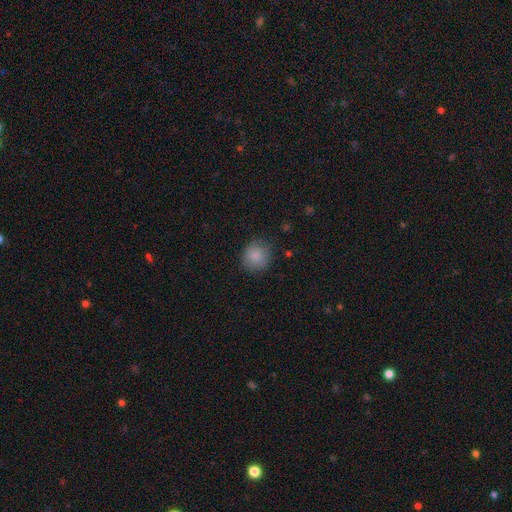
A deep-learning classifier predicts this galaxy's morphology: smooth-or-featured: smooth: 86% | star or artifact: 9% | featured or disk: 6%
  how-rounded: round: 87% | in between: 12% | cigar-shaped: 1%
  merging: none: 82% | minor disturbance: 14% | major disturbance: 3% | merger: 1%